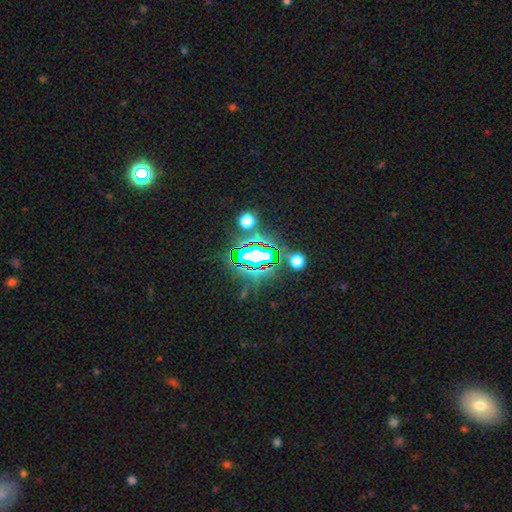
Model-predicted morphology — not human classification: Smooth or featured?
  - star or artifact: 72% *
  - smooth: 16%
  - featured or disk: 12%